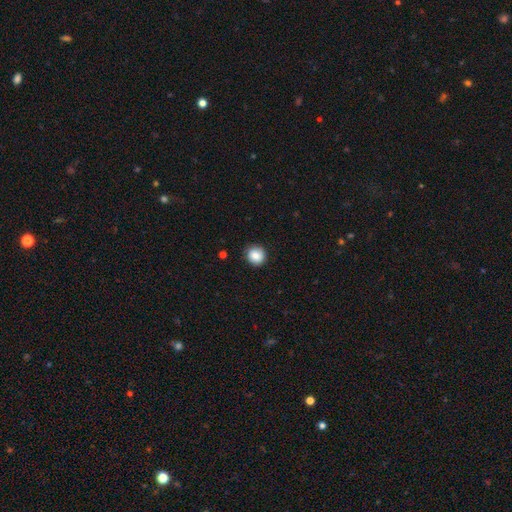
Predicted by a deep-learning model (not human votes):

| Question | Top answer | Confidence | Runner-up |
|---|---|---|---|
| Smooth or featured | smooth | 85% | star or artifact (9%) |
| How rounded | round | 89% | in between (10%) |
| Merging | none | 88% | minor disturbance (9%) |